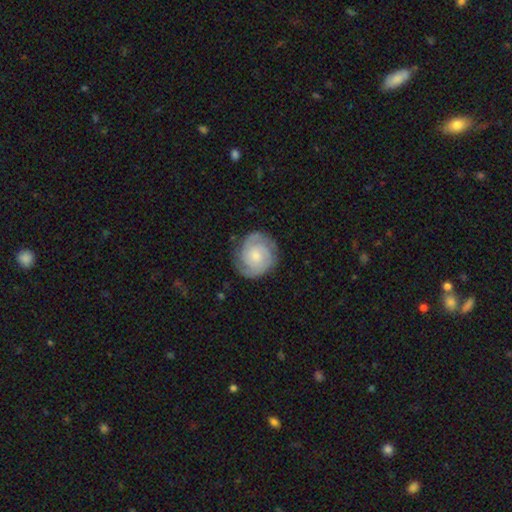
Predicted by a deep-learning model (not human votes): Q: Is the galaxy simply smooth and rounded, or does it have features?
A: featured or disk — 72%.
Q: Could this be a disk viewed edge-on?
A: no — 98%.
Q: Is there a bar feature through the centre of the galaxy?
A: no — 74%.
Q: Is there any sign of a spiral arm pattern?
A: yes — 94%.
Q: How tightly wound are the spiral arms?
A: tight — 60%.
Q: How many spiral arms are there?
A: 2 — 52%.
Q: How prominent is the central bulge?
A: small — 55%.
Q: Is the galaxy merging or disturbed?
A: none — 79%.